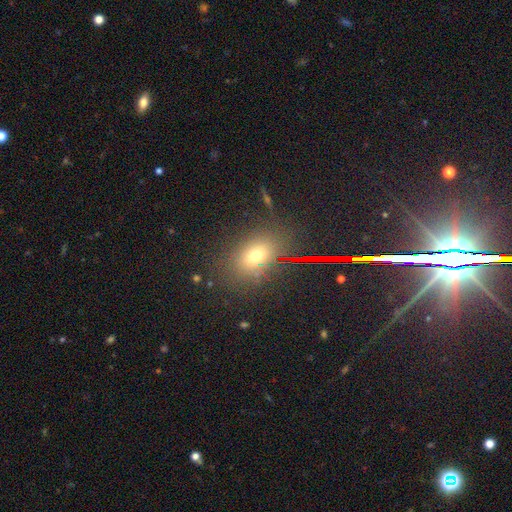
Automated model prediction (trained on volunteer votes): Overall: smooth (66%). How rounded: in between (72%). Merging: none (80%).